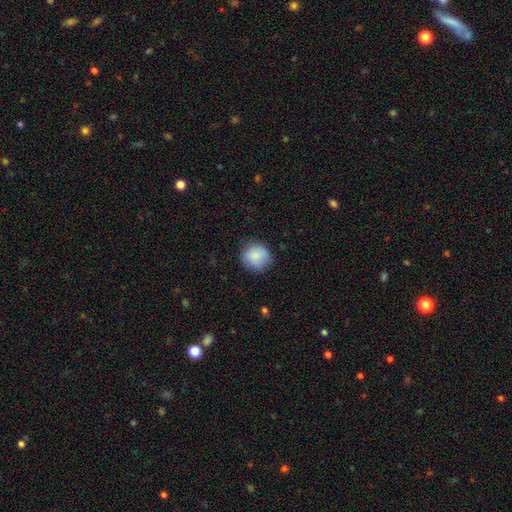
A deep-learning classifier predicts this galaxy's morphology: type=smooth (85%); roundness=round (90%); merging=none (78%).